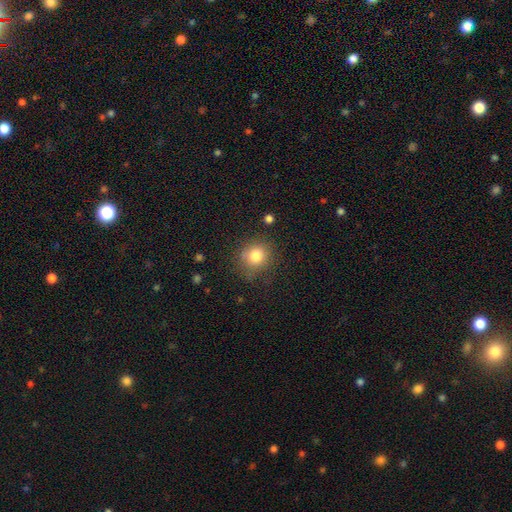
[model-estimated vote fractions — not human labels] smooth_or_featured: smooth (p=0.80) [alt: star or artifact p=0.12]
how_rounded: round (p=0.85) [alt: in between p=0.14]
merging: none (p=0.78) [alt: minor disturbance p=0.15]